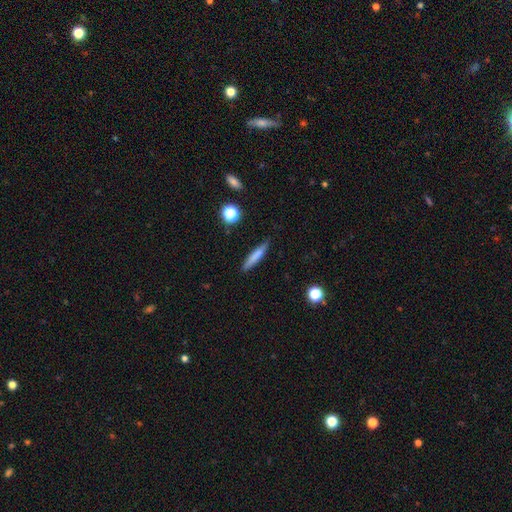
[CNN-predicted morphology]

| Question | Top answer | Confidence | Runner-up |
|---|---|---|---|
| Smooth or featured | smooth | 73% | featured or disk (19%) |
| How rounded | cigar-shaped | 90% | in between (8%) |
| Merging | none | 85% | minor disturbance (11%) |